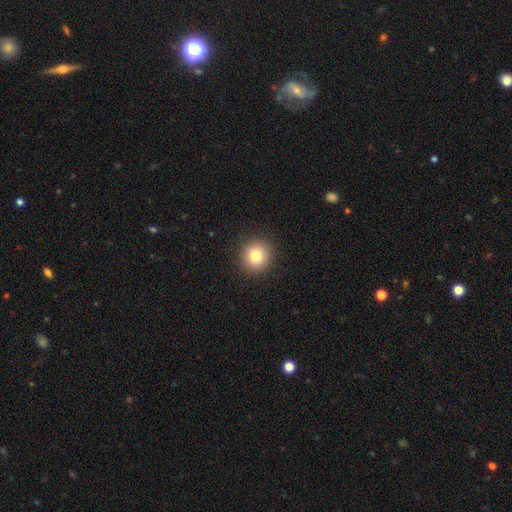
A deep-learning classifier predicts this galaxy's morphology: Smooth or featured: smooth — 82% (star or artifact — 10%)
How rounded: round — 91% (in between — 8%)
Merging: none — 91% (minor disturbance — 6%)